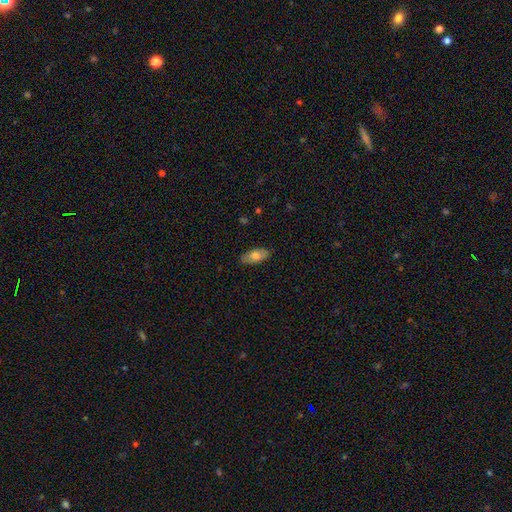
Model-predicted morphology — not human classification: Smooth or featured: smooth — 75% (featured or disk — 19%)
How rounded: in between — 88% (cigar-shaped — 10%)
Merging: none — 84% (minor disturbance — 12%)